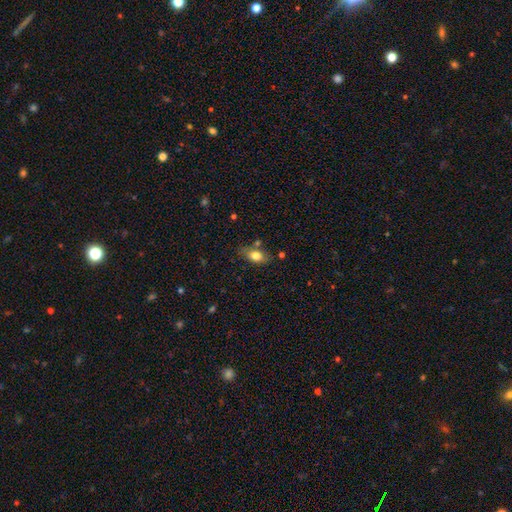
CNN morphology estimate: Overall: smooth (77%). How rounded: in between (84%). Merging: none (70%).